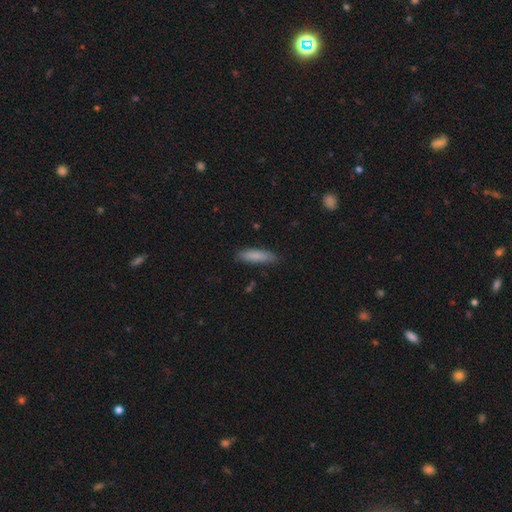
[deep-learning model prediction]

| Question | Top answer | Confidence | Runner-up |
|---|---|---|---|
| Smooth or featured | smooth | 84% | featured or disk (9%) |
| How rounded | cigar-shaped | 65% | in between (34%) |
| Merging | none | 83% | minor disturbance (13%) |